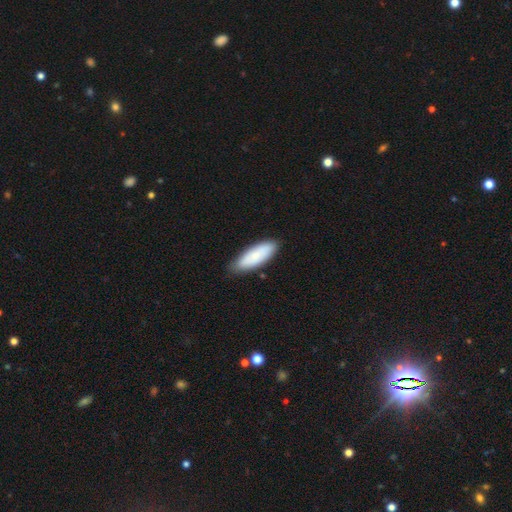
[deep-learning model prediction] Smooth or featured: smooth — 78% (featured or disk — 17%)
How rounded: in between — 67% (cigar-shaped — 31%)
Merging: none — 81% (minor disturbance — 16%)